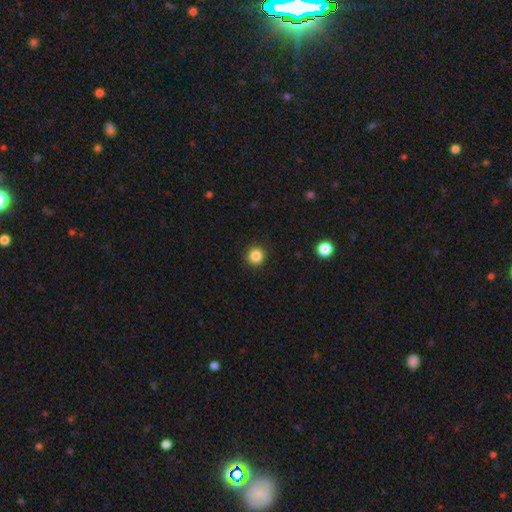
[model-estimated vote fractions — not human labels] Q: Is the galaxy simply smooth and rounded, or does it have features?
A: smooth — 85%.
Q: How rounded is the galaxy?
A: round — 94%.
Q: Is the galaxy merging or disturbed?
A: none — 92%.